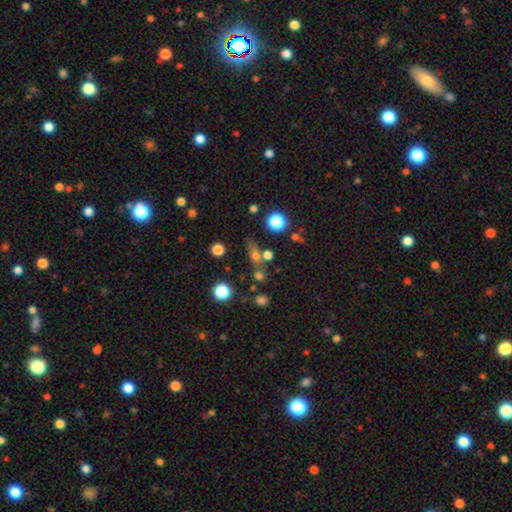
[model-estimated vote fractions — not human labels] Q: Smooth or featured?
A: smooth (63%); runner-up: star or artifact (22%)
Q: How rounded?
A: round (40%); runner-up: in between (39%)
Q: Merging?
A: none (57%); runner-up: merger (22%)